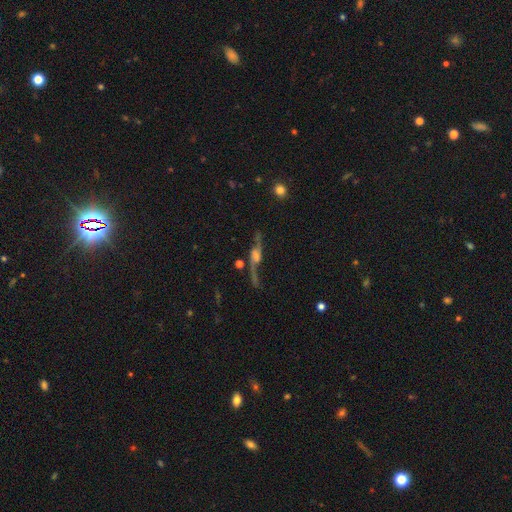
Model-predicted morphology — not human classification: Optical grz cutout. It shows a featured or disk galaxy (82%). Merging: none (62%).